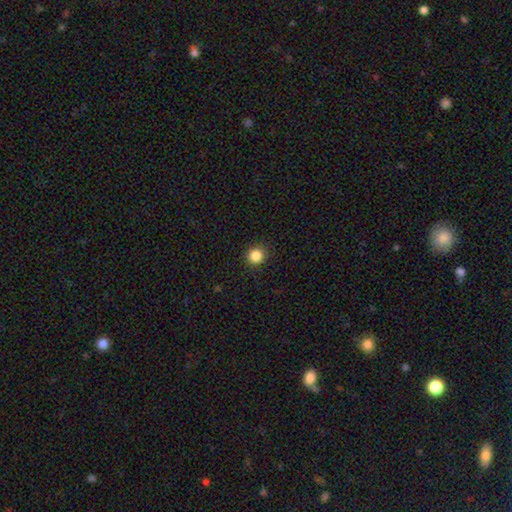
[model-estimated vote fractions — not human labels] This appears to be a smooth galaxy with no disk features (85%) that is round (91%). Merging: none (91%).